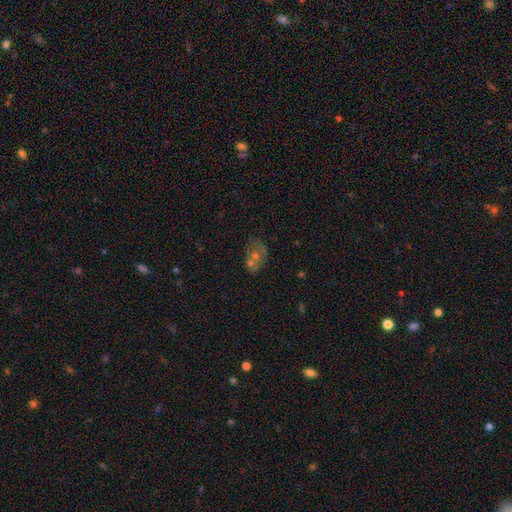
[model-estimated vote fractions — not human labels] This appears to be a smooth galaxy with no disk features (42%). Merging: none (38%).